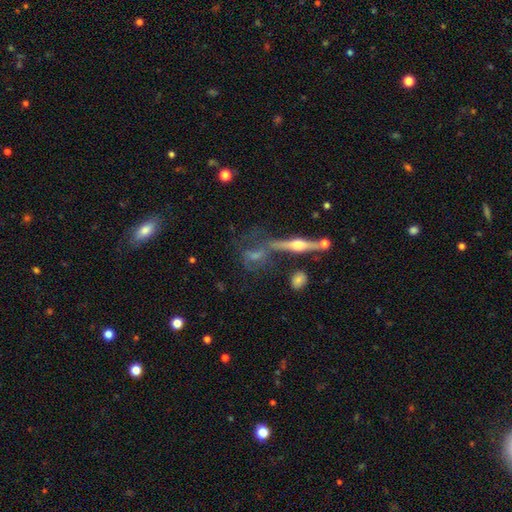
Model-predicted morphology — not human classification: A featured or disk galaxy (63%) viewed edge-on (68%).

Vote fractions:
- Smooth or featured? featured or disk: 63% / smooth: 23% / star or artifact: 14%
- Edge-on disk? yes: 68% / no: 32%
- Merging? none: 48% / minor disturbance: 18% / merger: 18% / major disturbance: 15%